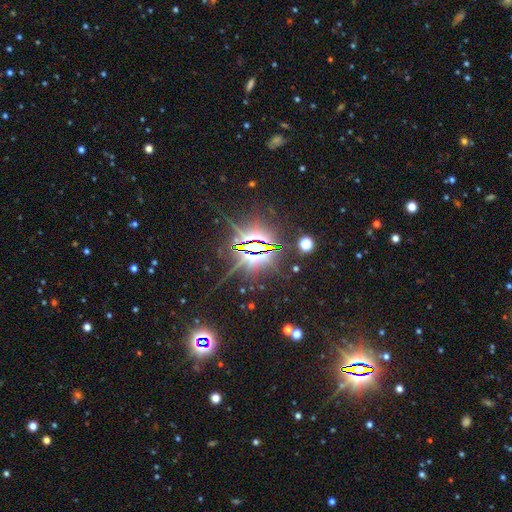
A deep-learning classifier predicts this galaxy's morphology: type=star or artifact (84%).